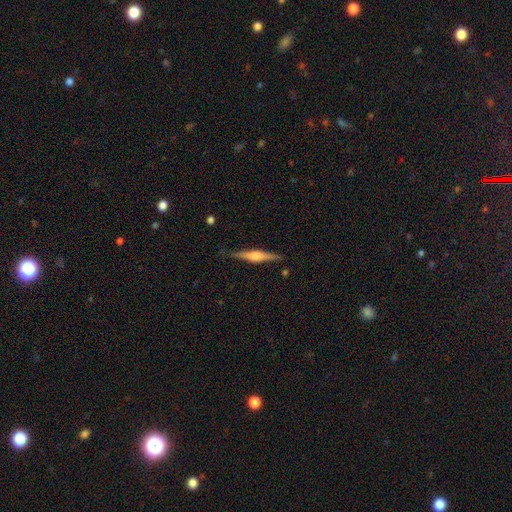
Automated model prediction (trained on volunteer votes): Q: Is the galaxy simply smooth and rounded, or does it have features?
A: featured or disk — 73%.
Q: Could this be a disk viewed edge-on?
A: yes — 98%.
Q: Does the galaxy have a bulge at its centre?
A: rounded — 82%.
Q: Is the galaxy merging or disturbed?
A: none — 86%.